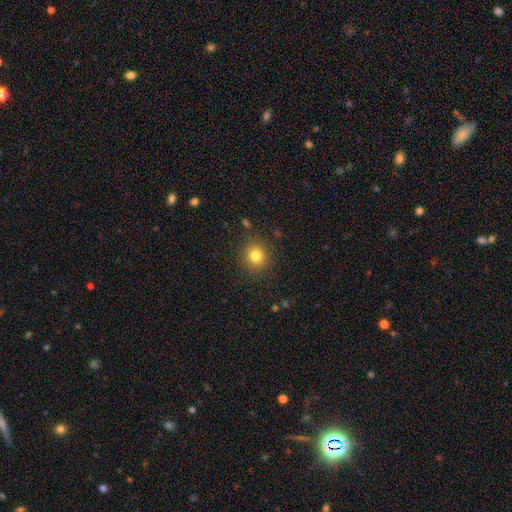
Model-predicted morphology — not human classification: Smooth or featured: smooth — 80% (star or artifact — 13%)
How rounded: round — 86% (in between — 13%)
Merging: none — 88% (minor disturbance — 8%)